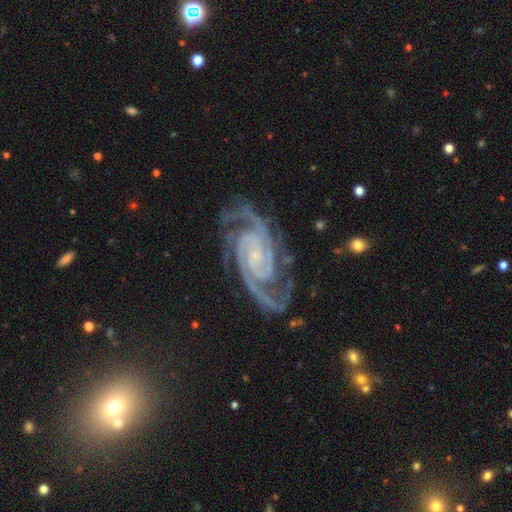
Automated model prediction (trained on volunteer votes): smooth_or_featured: featured or disk (p=0.94) [alt: star or artifact p=0.04]
disk_edge_on: no (p=0.98) [alt: yes p=0.02]
bar: no (p=0.54) [alt: weak p=0.30]
has_spiral_arms: yes (p=0.99) [alt: no p=0.01]
spiral_winding: tight (p=0.66) [alt: medium p=0.30]
spiral_arm_count: 2 (p=0.60) [alt: 3 p=0.16]
bulge_size: small (p=0.78) [alt: moderate p=0.11]
merging: none (p=0.75) [alt: minor disturbance p=0.16]